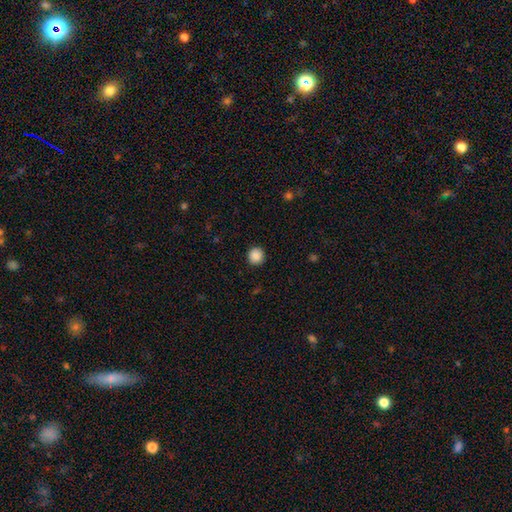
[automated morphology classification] smooth-or-featured: smooth: 88% | star or artifact: 9% | featured or disk: 2%
  how-rounded: round: 93% | in between: 6% | cigar-shaped: 1%
  merging: none: 91% | minor disturbance: 6% | major disturbance: 2% | merger: 1%